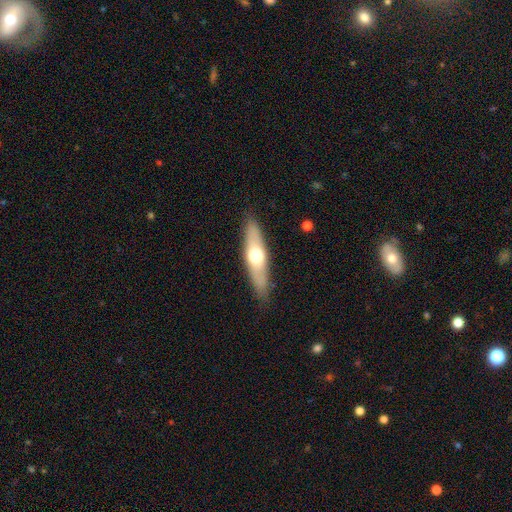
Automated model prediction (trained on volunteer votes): Smooth or featured? smooth (50%)
Merging? none (87%)